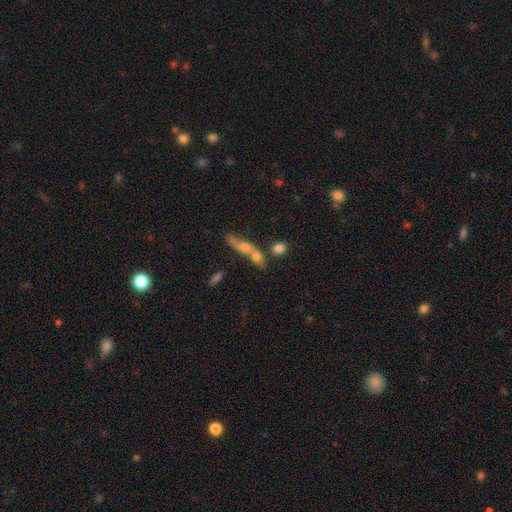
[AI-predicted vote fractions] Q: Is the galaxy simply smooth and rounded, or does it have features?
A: smooth — 55%.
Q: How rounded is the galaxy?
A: in between — 45%.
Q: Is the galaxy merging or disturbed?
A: merger — 45%.